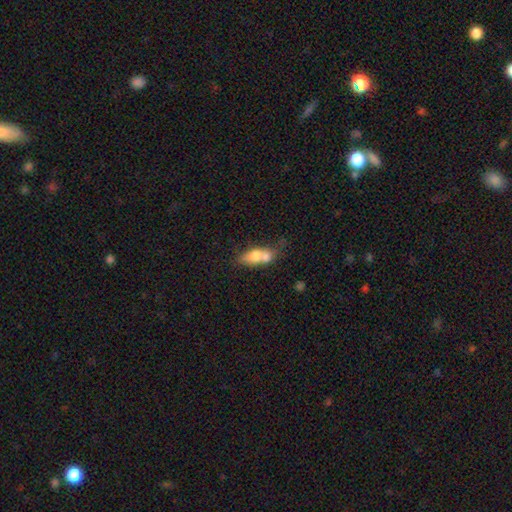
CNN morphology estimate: smooth-or-featured: smooth: 65% | featured or disk: 26% | star or artifact: 8%
  how-rounded: in between: 71% | cigar-shaped: 18% | round: 11%
  merging: merger: 53% | none: 27% | minor disturbance: 14% | major disturbance: 7%